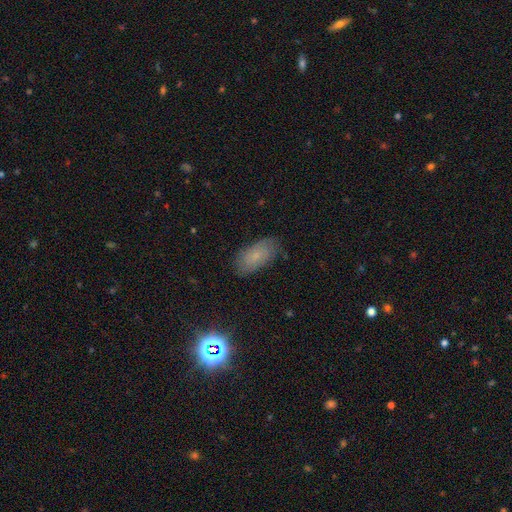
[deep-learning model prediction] A smooth galaxy with no disk features (56%) that is in between round and cigar-shaped (90%).

Vote fractions:
- Smooth or featured? smooth: 56% / featured or disk: 30% / star or artifact: 14%
- How rounded? in between: 90% / cigar-shaped: 6% / round: 5%
- Merging? none: 79% / minor disturbance: 16% / major disturbance: 4% / merger: 1%